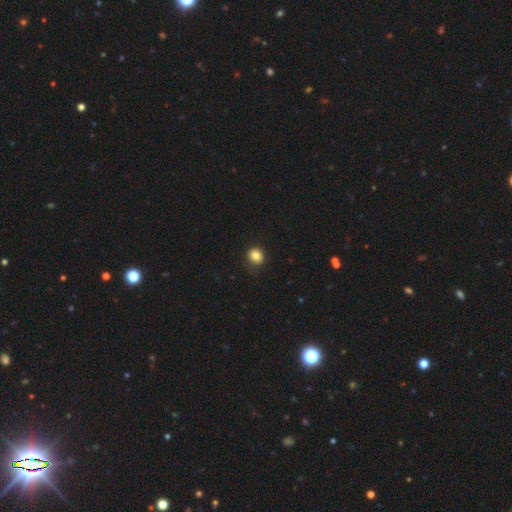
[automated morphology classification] Smooth or featured: smooth — 82% (star or artifact — 11%)
How rounded: round — 73% (in between — 26%)
Merging: none — 79% (minor disturbance — 16%)